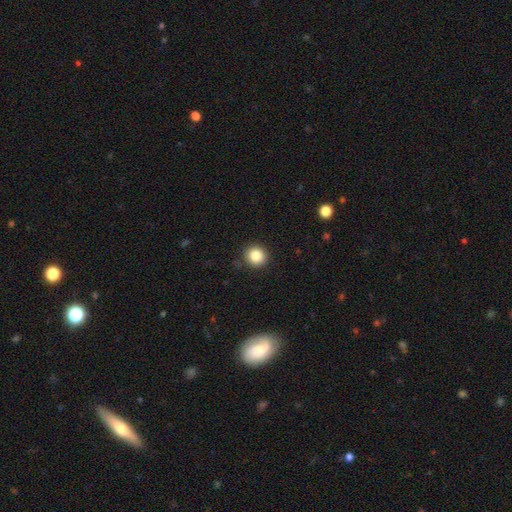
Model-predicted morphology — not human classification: Smooth or featured: smooth — 86% (star or artifact — 10%)
How rounded: round — 91% (in between — 8%)
Merging: none — 88% (minor disturbance — 8%)